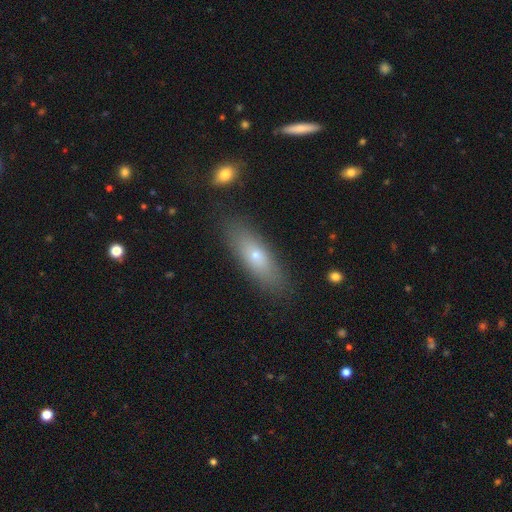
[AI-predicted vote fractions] Smooth or featured? smooth (66%)
How rounded? in between (51%)
Merging? none (85%)